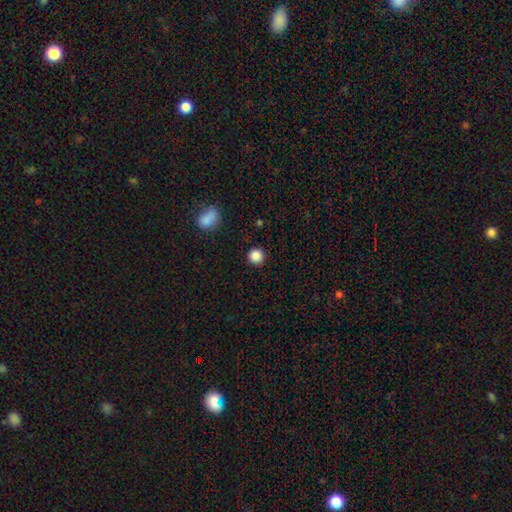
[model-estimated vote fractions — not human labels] Smooth or featured? smooth (87%)
How rounded? round (94%)
Merging? none (91%)